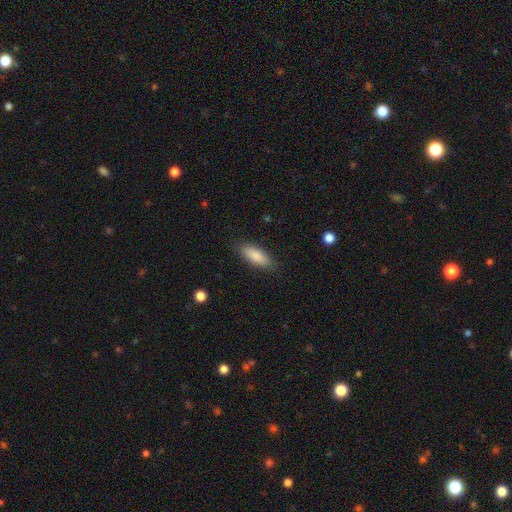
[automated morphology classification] Smooth or featured?
  - smooth: 86% *
  - featured or disk: 8%
  - star or artifact: 6%
How rounded?
  - in between: 72% *
  - cigar-shaped: 26%
  - round: 2%
Merging?
  - none: 86% *
  - minor disturbance: 10%
  - major disturbance: 3%
  - merger: 1%